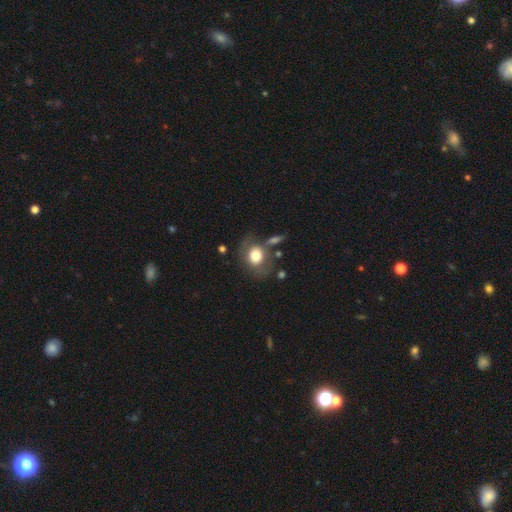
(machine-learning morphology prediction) This is likely a smooth galaxy (68%). How rounded: possibly round (51%). Merging: possibly none (58%).